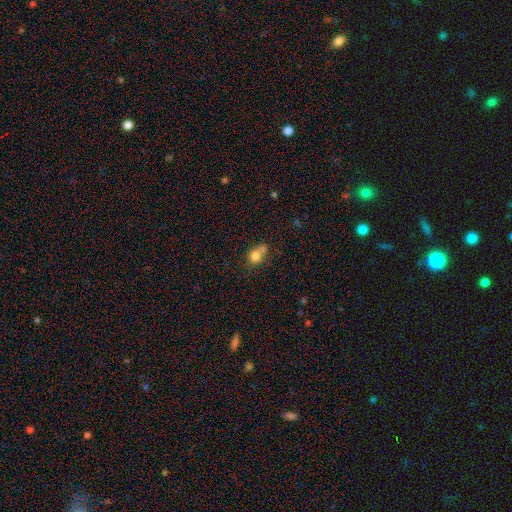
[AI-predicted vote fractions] This appears to be a smooth galaxy with no disk features (78%) that is round (67%). Merging: merger (44%).